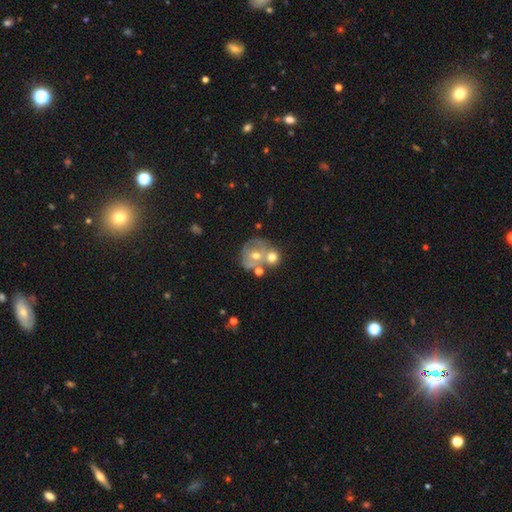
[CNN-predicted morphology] Smooth or featured? Predicted: smooth (p=0.46). Merging? Predicted: merger (p=0.44).